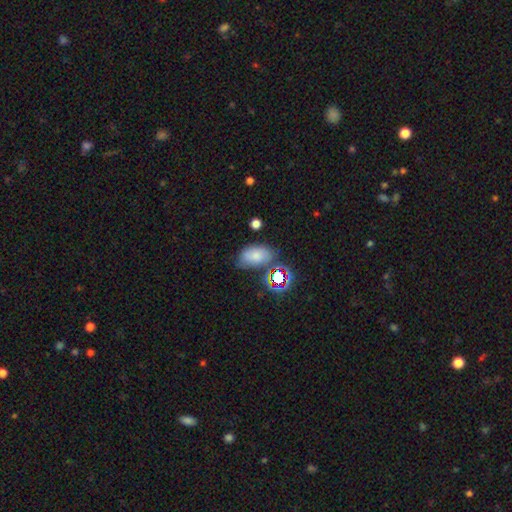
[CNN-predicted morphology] This is likely a smooth galaxy (66%). How rounded: clearly in between (88%). Merging: likely none (61%).